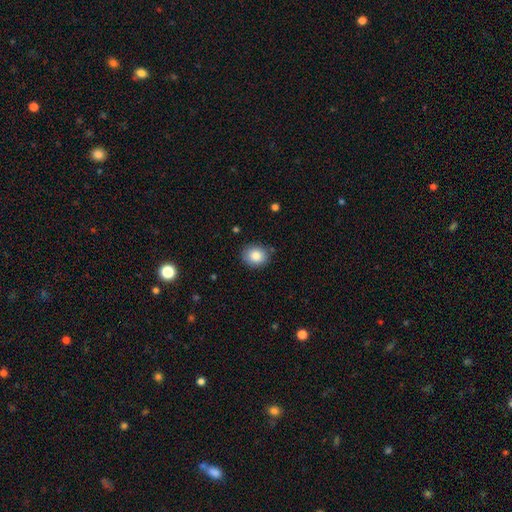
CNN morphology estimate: A smooth galaxy with no disk features (85%) that is round (67%).

Vote fractions:
- Smooth or featured? smooth: 85% / star or artifact: 9% / featured or disk: 6%
- How rounded? round: 67% / in between: 33% / cigar-shaped: 1%
- Merging? none: 85% / minor disturbance: 11% / major disturbance: 2% / merger: 2%